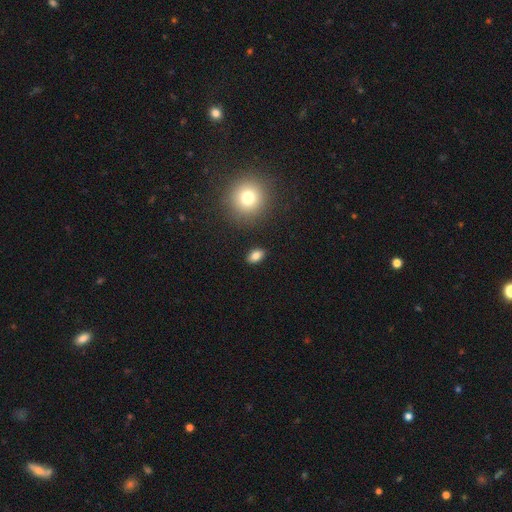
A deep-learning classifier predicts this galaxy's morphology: Overall: smooth (82%). How rounded: in between (86%). Merging: none (89%).